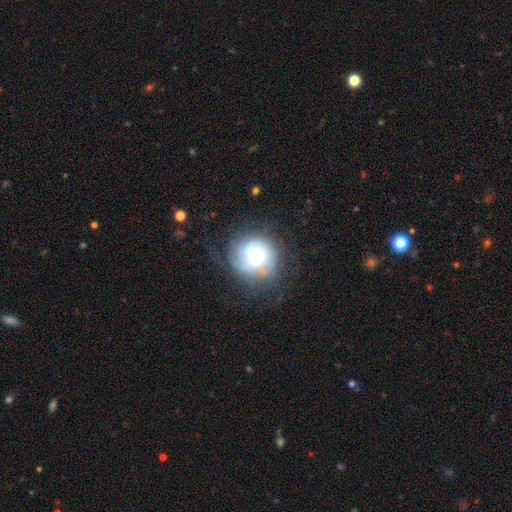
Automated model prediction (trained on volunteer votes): smooth-or-featured: featured or disk: 50% | smooth: 41% | star or artifact: 9%
  disk-edge-on: no: 97% | yes: 3%
  merging: none: 61% | minor disturbance: 21% | major disturbance: 17% | merger: 2%